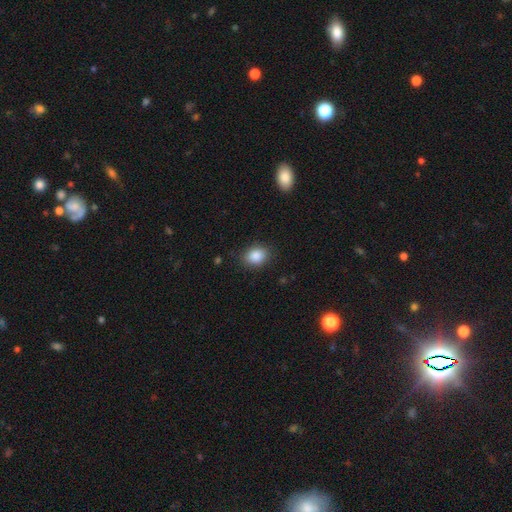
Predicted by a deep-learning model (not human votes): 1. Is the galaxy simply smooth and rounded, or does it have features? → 87% smooth, 9% star or artifact, 4% featured or disk.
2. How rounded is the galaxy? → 54% in between, 45% round, 1% cigar-shaped.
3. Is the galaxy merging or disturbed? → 84% none, 12% minor disturbance, 3% major disturbance, 1% merger.